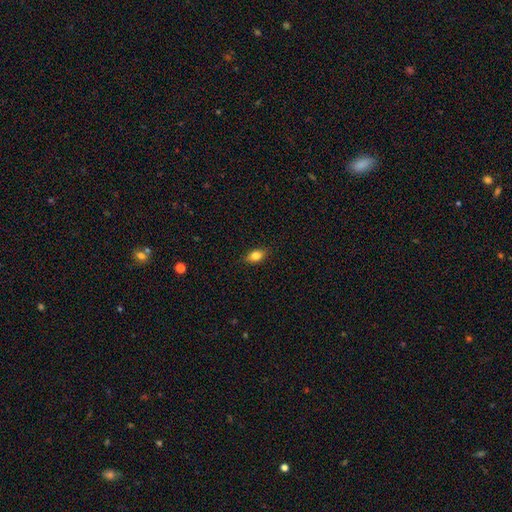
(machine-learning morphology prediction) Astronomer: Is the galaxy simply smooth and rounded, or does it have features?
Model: smooth — 81%.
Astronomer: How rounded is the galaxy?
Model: in between — 81%.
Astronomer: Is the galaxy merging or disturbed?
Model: none — 86%.